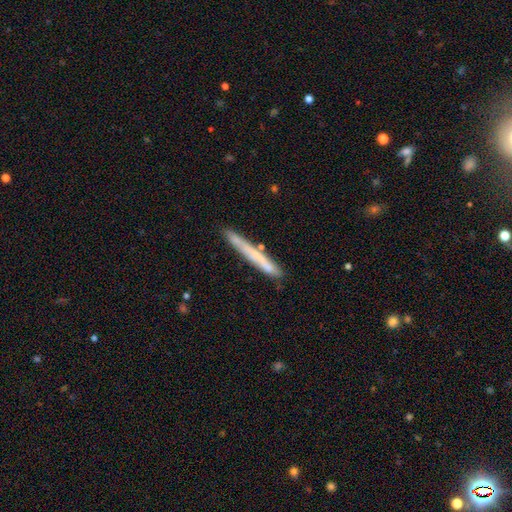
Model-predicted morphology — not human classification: Smooth or featured: smooth — 55% (featured or disk — 38%)
How rounded: cigar-shaped — 97% (in between — 2%)
Merging: none — 81% (minor disturbance — 13%)